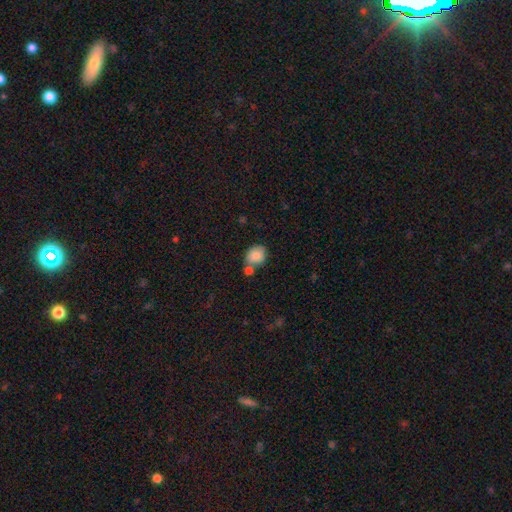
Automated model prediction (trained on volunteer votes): Smooth or featured? smooth (85%)
How rounded? round (61%)
Merging? none (54%)